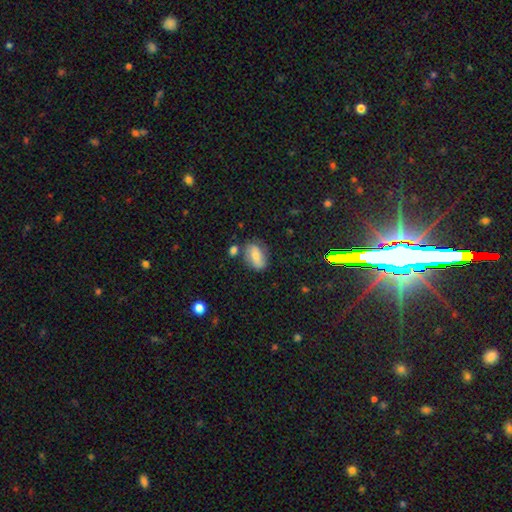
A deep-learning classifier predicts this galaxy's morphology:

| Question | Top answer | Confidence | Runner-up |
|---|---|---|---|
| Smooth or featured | smooth | 61% | featured or disk (30%) |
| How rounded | in between | 85% | round (12%) |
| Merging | none | 69% | minor disturbance (18%) |